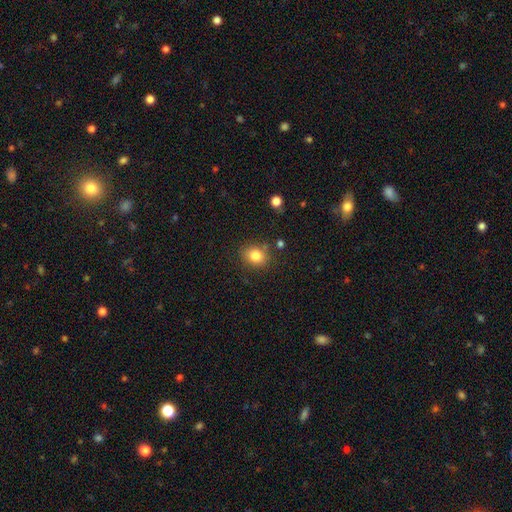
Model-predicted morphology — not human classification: type=smooth (82%); roundness=round (61%); merging=none (80%).